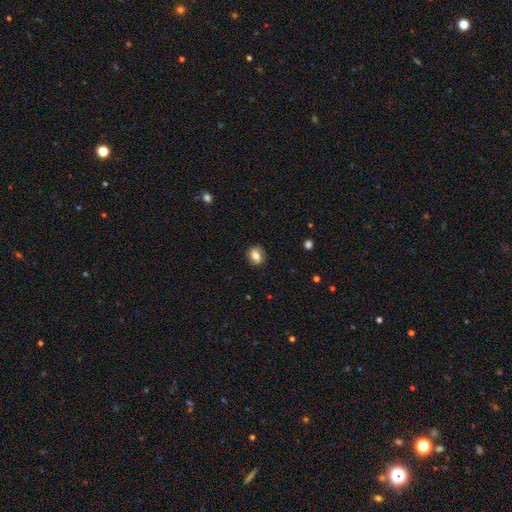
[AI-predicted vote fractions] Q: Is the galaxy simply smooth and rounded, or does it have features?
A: smooth — 77%.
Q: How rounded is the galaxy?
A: round — 50%.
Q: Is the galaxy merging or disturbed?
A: none — 86%.